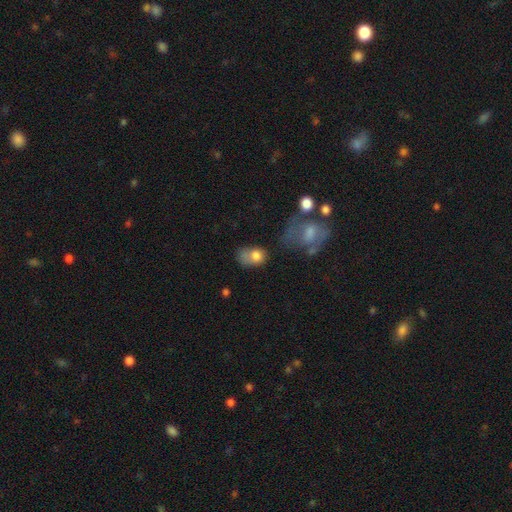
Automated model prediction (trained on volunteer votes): The model was most divided on "merging": none: 29%, major disturbance: 27%, minor disturbance: 26%, merger: 17%. More confident: smooth or featured — smooth (72%); how rounded — in between (70%).